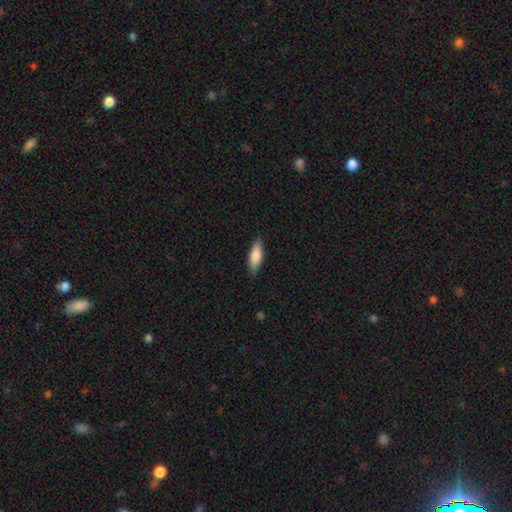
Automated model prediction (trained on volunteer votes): The model was most divided on "how rounded": in between: 62%, cigar-shaped: 36%, round: 2%. More confident: merging — none (87%); smooth or featured — smooth (86%).